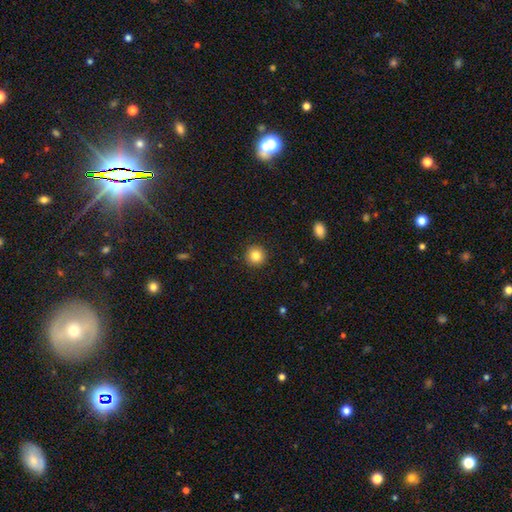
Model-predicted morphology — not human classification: This is clearly a smooth galaxy (84%). How rounded: clearly round (95%). Merging: clearly none (92%).